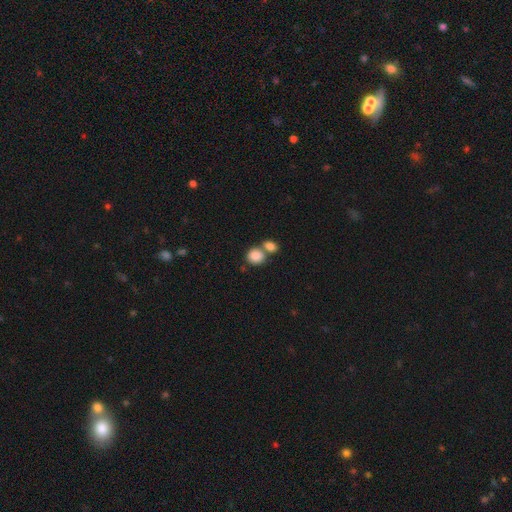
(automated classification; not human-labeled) This appears to be a smooth galaxy with no disk features (86%) that is round (74%). Merging: merger (46%).